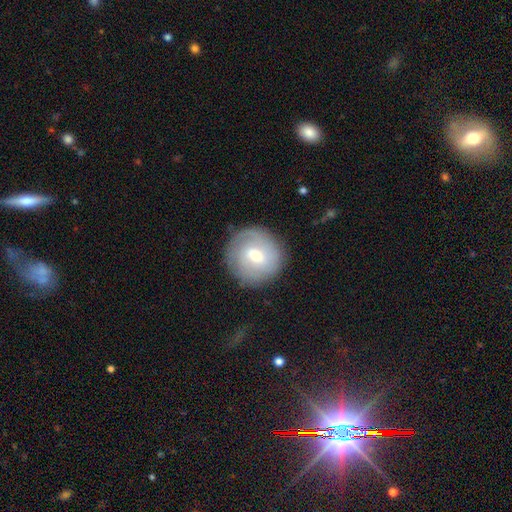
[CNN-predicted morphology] smooth_or_featured: featured or disk (p=0.51) [alt: smooth p=0.41]
disk_edge_on: no (p=0.96) [alt: yes p=0.04]
merging: none (p=0.84) [alt: minor disturbance p=0.10]